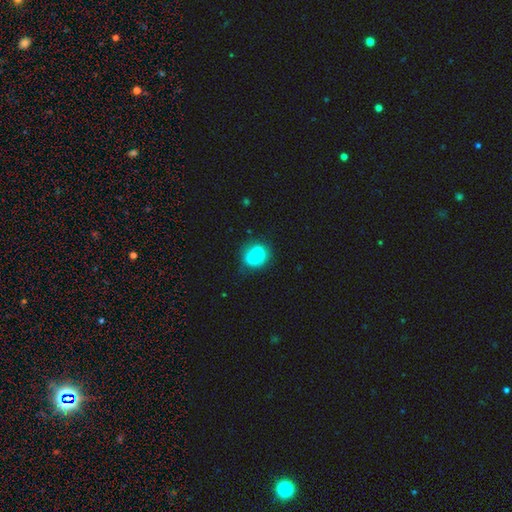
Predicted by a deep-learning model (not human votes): A smooth galaxy with no disk features (75%) that is in between round and cigar-shaped (56%).

Vote fractions:
- Smooth or featured? smooth: 75% / featured or disk: 16% / star or artifact: 9%
- How rounded? in between: 56% / round: 43% / cigar-shaped: 1%
- Merging? none: 50% / minor disturbance: 28% / major disturbance: 12% / merger: 11%